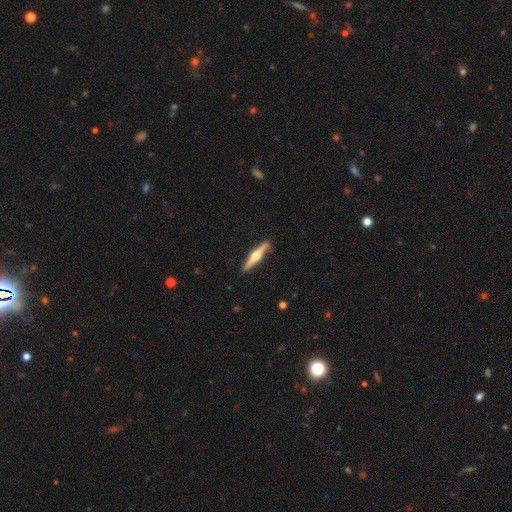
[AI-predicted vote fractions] featured or disk 64%, smooth 31%, star or artifact 5%. Down the decision tree: edge-on disk — yes (97%); edge-on bulge — rounded (92%); merging — none (90%).